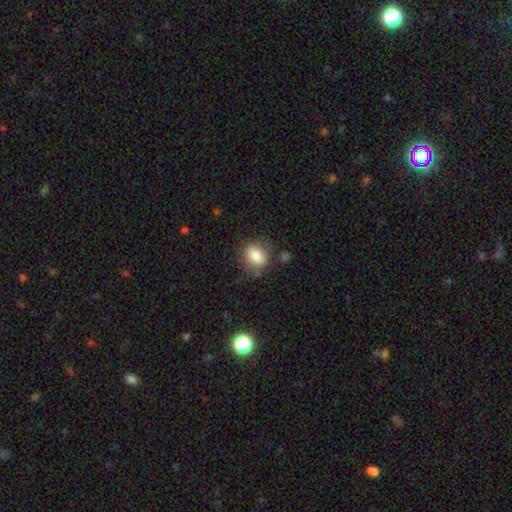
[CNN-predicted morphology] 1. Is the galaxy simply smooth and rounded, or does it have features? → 82% smooth, 9% featured or disk, 9% star or artifact.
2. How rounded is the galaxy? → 54% round, 44% in between, 1% cigar-shaped.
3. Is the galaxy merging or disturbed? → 74% none, 17% minor disturbance, 5% major disturbance, 4% merger.